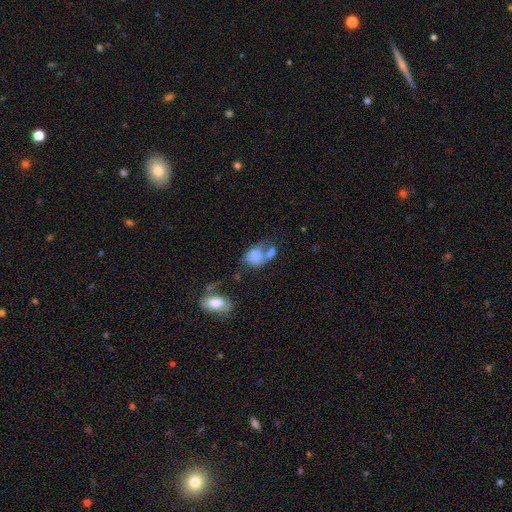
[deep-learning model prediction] This is likely a smooth galaxy (70%). How rounded: likely in between (71%). Merging: possibly merger (51%).